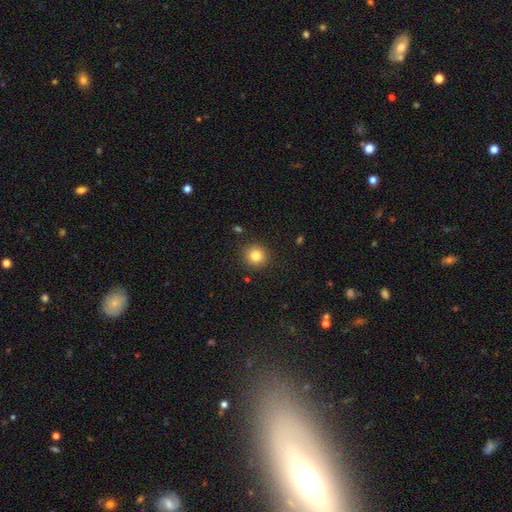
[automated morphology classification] smooth 83%, star or artifact 11%, featured or disk 6%. Down the decision tree: how rounded — round (91%); merging — none (89%).